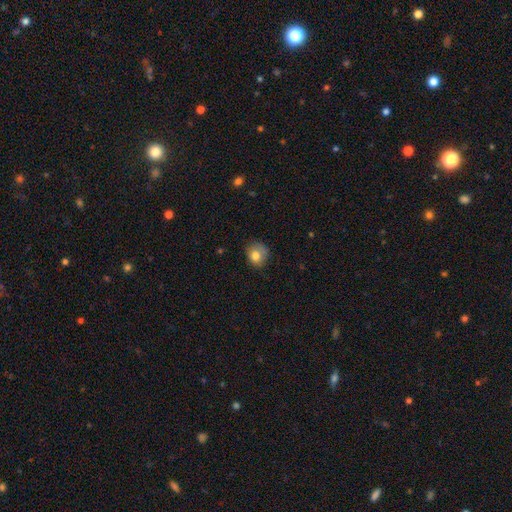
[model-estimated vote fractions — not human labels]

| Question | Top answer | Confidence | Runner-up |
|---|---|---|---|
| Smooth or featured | smooth | 76% | featured or disk (15%) |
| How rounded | round | 72% | in between (27%) |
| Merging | none | 69% | minor disturbance (23%) |